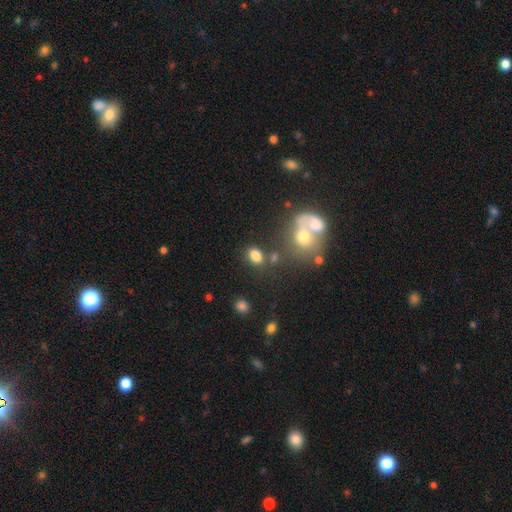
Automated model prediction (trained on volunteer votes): Smooth or featured: smooth — 81% (star or artifact — 11%)
How rounded: in between — 74% (round — 24%)
Merging: none — 67% (merger — 14%)